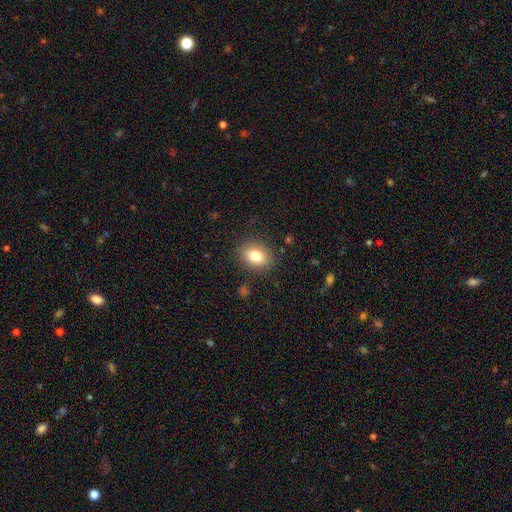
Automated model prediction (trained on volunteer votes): Overall: smooth (83%). How rounded: in between (73%). Merging: none (86%).